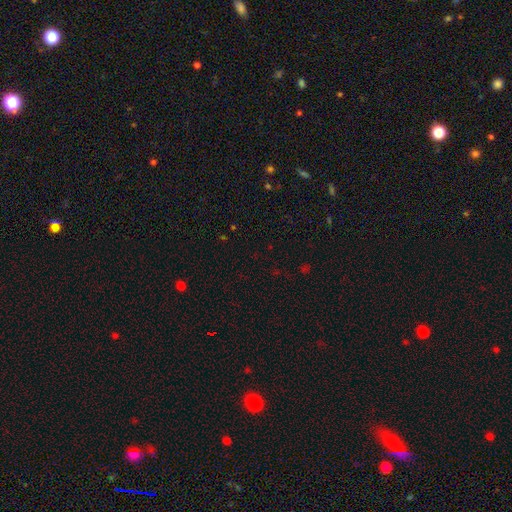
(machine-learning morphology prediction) Smooth or featured? Predicted: star or artifact (p=0.65).